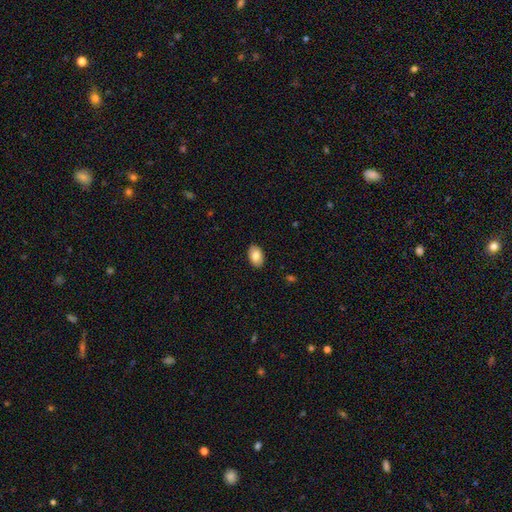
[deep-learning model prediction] Smooth or featured: smooth — 83% (featured or disk — 10%)
How rounded: in between — 92% (round — 7%)
Merging: none — 90% (minor disturbance — 7%)